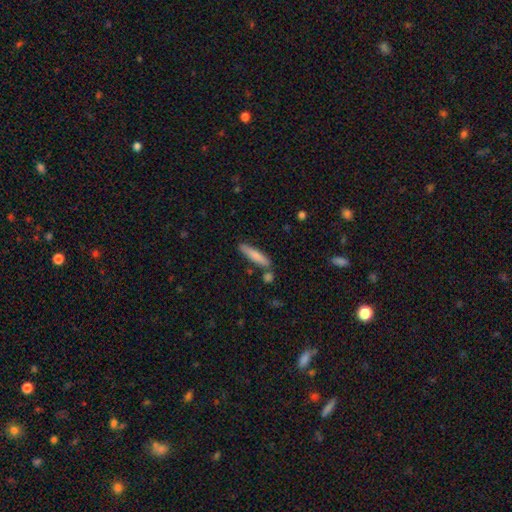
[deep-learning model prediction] Smooth or featured?
  - smooth: 77% *
  - featured or disk: 17%
  - star or artifact: 6%
How rounded?
  - cigar-shaped: 88% *
  - in between: 11%
  - round: 1%
Merging?
  - none: 78% *
  - minor disturbance: 12%
  - merger: 7%
  - major disturbance: 3%